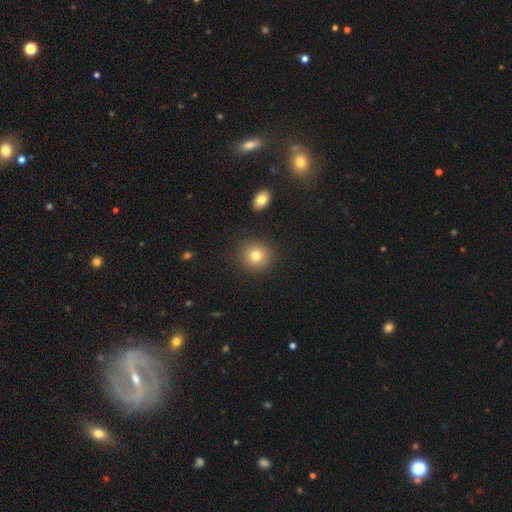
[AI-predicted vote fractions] Smooth or featured: smooth — 78% (star or artifact — 12%)
How rounded: round — 90% (in between — 9%)
Merging: none — 89% (minor disturbance — 6%)